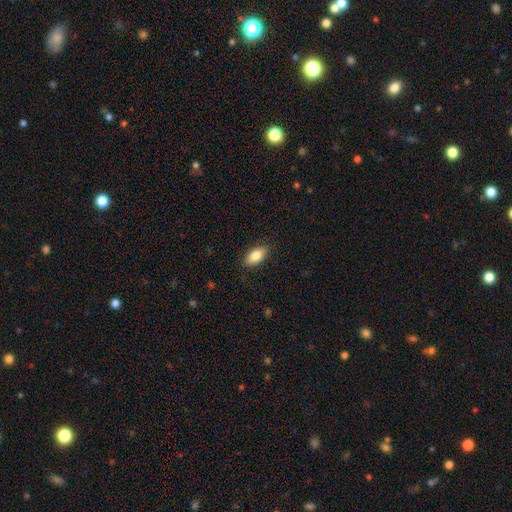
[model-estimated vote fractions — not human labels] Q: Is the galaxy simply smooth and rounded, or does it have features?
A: smooth — 83%.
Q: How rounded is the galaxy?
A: in between — 90%.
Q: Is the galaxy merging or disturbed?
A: none — 87%.